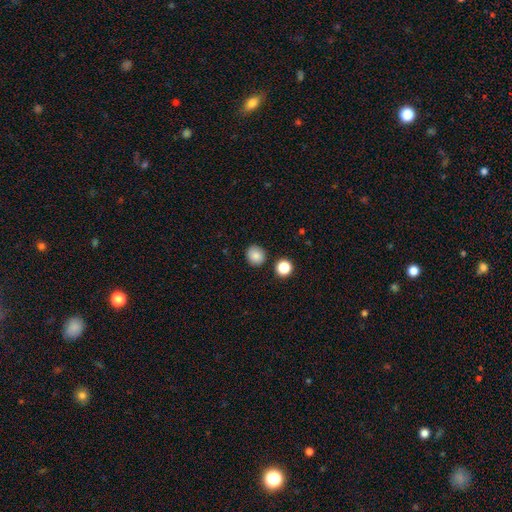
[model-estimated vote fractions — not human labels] The model was most divided on "how rounded": round: 86%, in between: 14%, cigar-shaped: 1%. More confident: merging — none (87%); smooth or featured — smooth (85%).